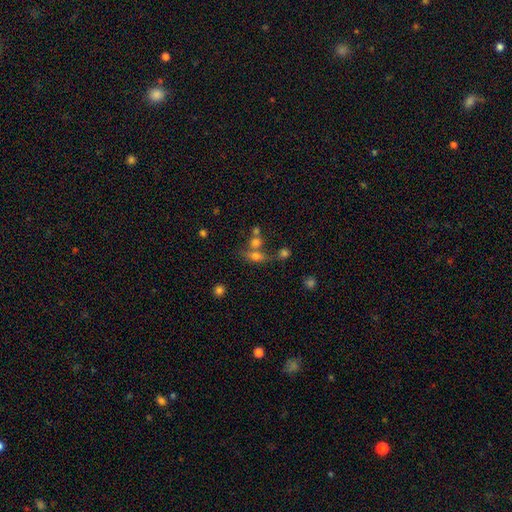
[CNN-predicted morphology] This appears to be a smooth galaxy with no disk features (62%) that is in between round and cigar-shaped (58%). Merging: none (42%).